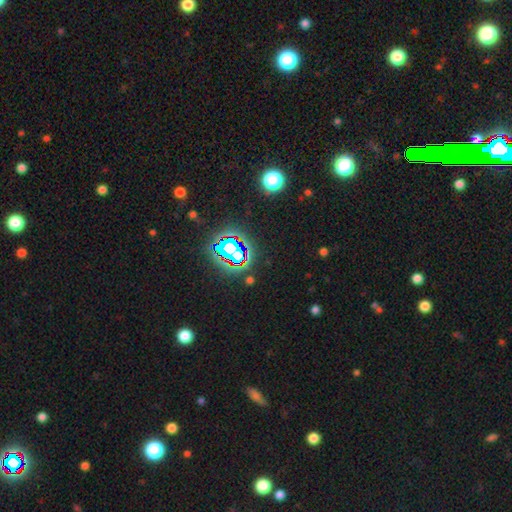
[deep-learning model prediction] A star or artifact, not a galaxy (80%).

Vote fractions:
- Smooth or featured? star or artifact: 80% / smooth: 13% / featured or disk: 8%